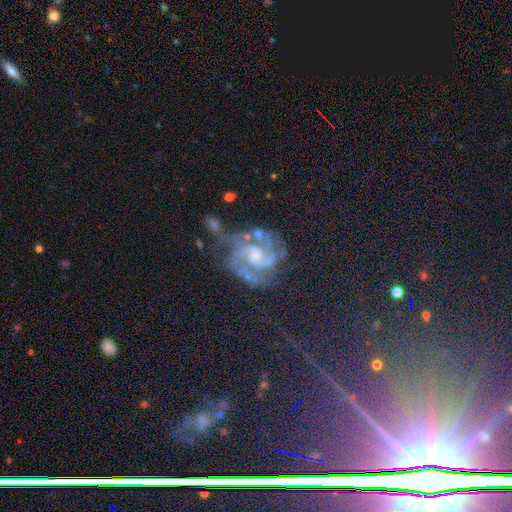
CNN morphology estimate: smooth_or_featured: featured or disk (p=0.58) [alt: star or artifact p=0.28]
disk_edge_on: no (p=0.96) [alt: yes p=0.04]
bar: no (p=0.51) [alt: weak p=0.37]
has_spiral_arms: yes (p=0.92) [alt: no p=0.08]
spiral_winding: medium (p=0.46) [alt: tight p=0.41]
spiral_arm_count: 2 (p=0.59) [alt: can't tell p=0.13]
bulge_size: moderate (p=0.51) [alt: small p=0.32]
merging: none (p=0.58) [alt: minor disturbance p=0.21]